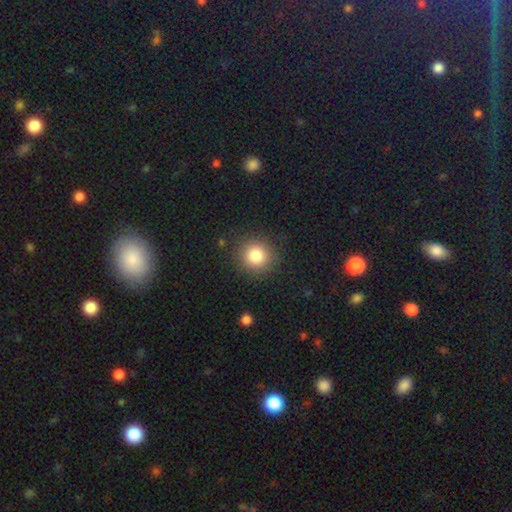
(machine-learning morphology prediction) This appears to be a smooth galaxy with no disk features (83%) that is round (91%). Merging: none (88%).